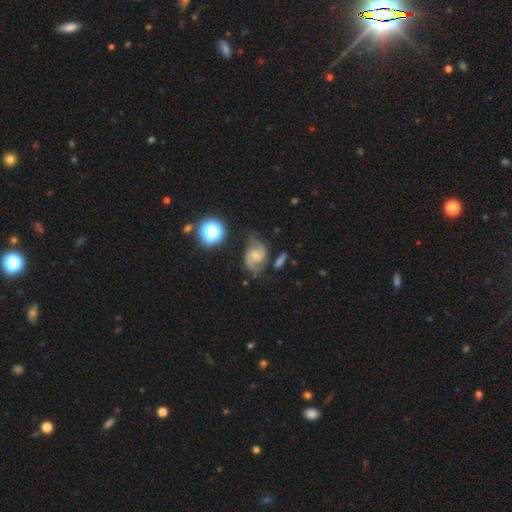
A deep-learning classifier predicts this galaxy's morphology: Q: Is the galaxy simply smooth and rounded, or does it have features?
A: featured or disk — 82%.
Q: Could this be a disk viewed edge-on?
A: no — 98%.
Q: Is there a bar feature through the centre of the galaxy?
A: no — 54%.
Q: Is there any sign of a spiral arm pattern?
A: yes — 97%.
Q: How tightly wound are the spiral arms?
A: medium — 55%.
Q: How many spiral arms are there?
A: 2 — 90%.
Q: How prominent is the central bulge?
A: small — 49%.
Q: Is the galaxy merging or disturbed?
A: none — 64%.